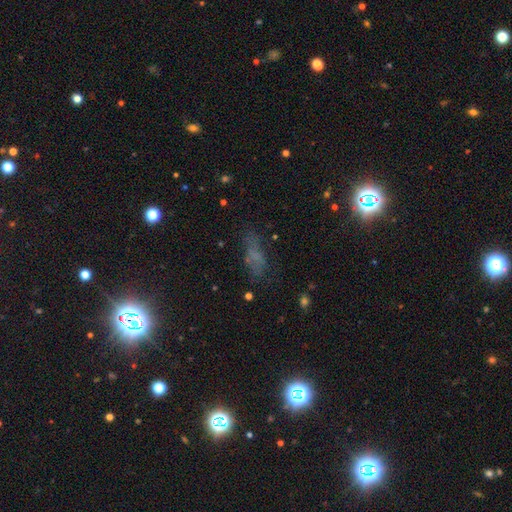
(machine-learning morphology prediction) smooth_or_featured: smooth (p=0.41) [alt: star or artifact p=0.33]
merging: none (p=0.61) [alt: minor disturbance p=0.20]